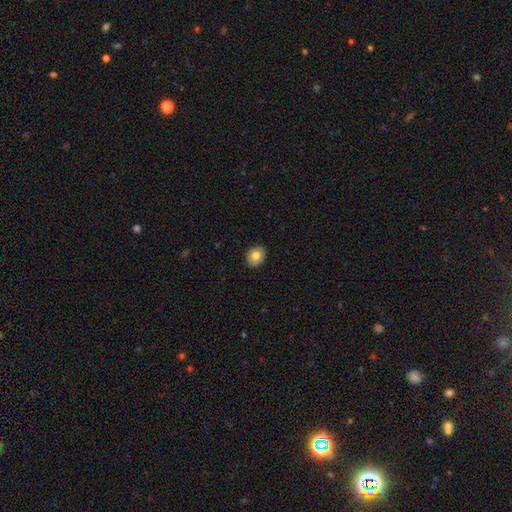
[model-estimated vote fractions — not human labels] A smooth galaxy with no disk features (79%) that is round (63%). Merging: none (91%).